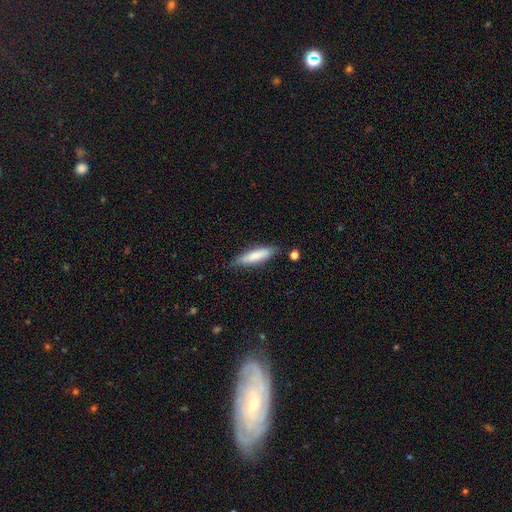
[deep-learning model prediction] Smooth or featured: smooth — 79% (featured or disk — 15%)
How rounded: cigar-shaped — 71% (in between — 27%)
Merging: none — 78% (minor disturbance — 15%)